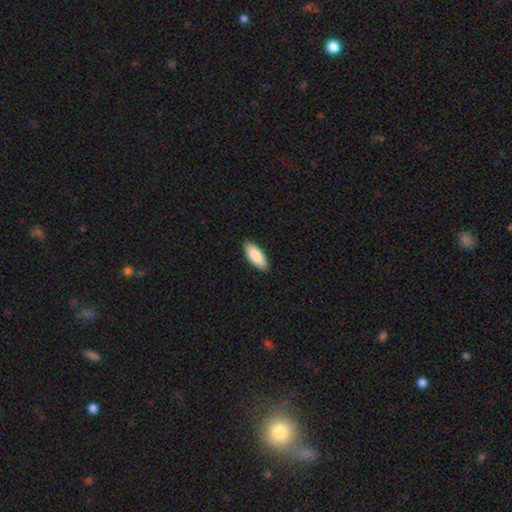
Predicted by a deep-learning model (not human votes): This appears to be a smooth galaxy with no disk features (88%) that is in between round and cigar-shaped (79%). Merging: none (90%).